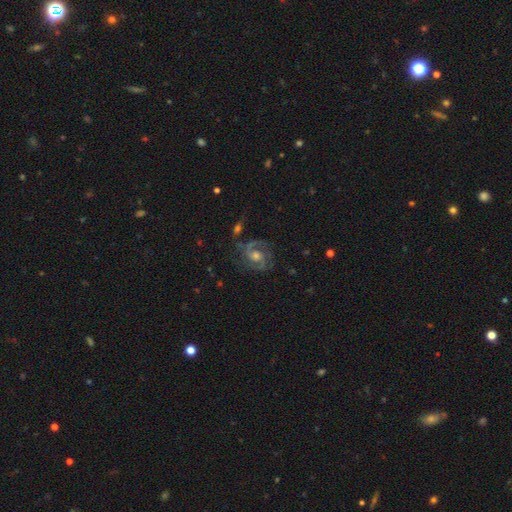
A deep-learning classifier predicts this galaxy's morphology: Smooth or featured?
  - featured or disk: 85% *
  - star or artifact: 8%
  - smooth: 7%
Edge-on disk?
  - no: 98% *
  - yes: 2%
Bar?
  - no: 48% *
  - weak: 42%
  - strong: 11%
Spiral arms?
  - yes: 96% *
  - no: 4%
Spiral winding?
  - medium: 53% *
  - tight: 35%
  - loose: 12%
Spiral arm count?
  - 2: 78% *
  - 3: 8%
  - can't tell: 7%
  - 1: 3%
  - 4: 2%
  - more than 4: 2%
Bulge size?
  - moderate: 64% *
  - small: 24%
  - large: 8%
  - none: 2%
  - dominant: 1%
Merging?
  - none: 72% *
  - minor disturbance: 15%
  - major disturbance: 9%
  - merger: 4%